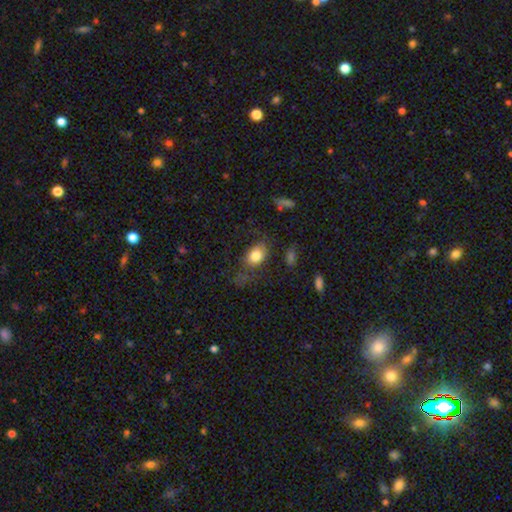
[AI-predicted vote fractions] Morphology: type=smooth (79%); roundness=in between (71%); merging=none (54%).